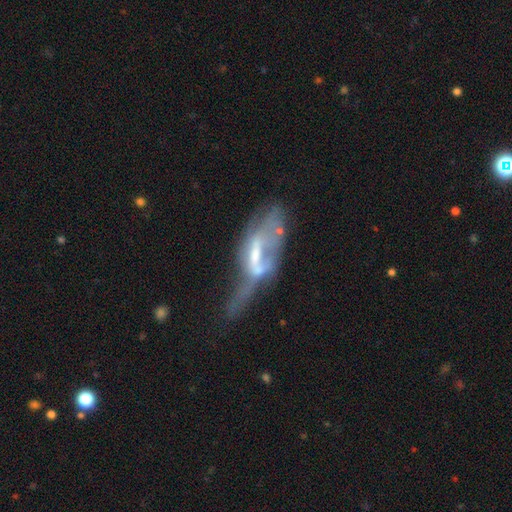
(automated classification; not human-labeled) This appears to be a featured or disk galaxy (64%) with no bar (45%), no spiral arms (70%) and a moderate central bulge (39%). Merging: major disturbance (48%).